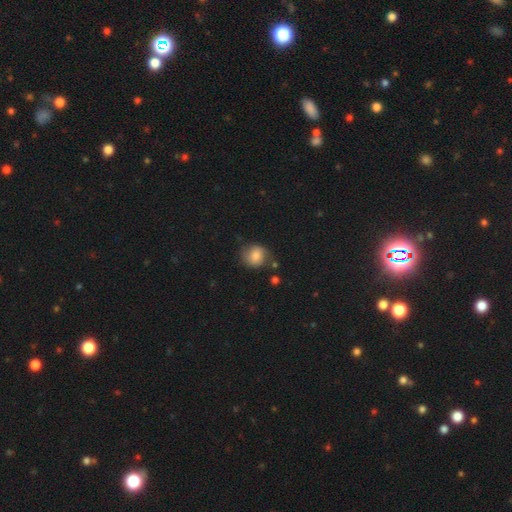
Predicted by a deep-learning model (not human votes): smooth 75%, featured or disk 16%, star or artifact 9%. Down the decision tree: how rounded — round (78%); merging — none (68%).